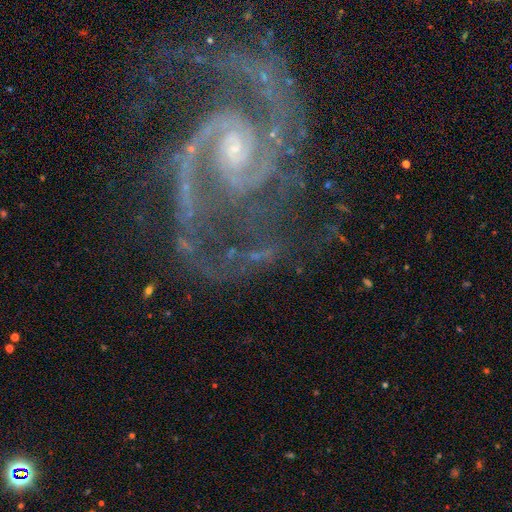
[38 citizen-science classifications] Q: Smooth or featured?
A: featured or disk (89%); runner-up: smooth (5%)
Q: Edge-on disk?
A: no (97%); runner-up: yes (3%)
Q: Bar?
A: no (79%); runner-up: weak (18%)
Q: Spiral arms?
A: yes (100%)
Q: Spiral winding?
A: tight (45%); tied with: medium (45%)
Q: Spiral arm count?
A: 2 (97%); runner-up: can't tell (3%)
Q: Bulge size?
A: small (67%); runner-up: moderate (21%)
Q: Merging?
A: none (83%); runner-up: minor disturbance (8%)